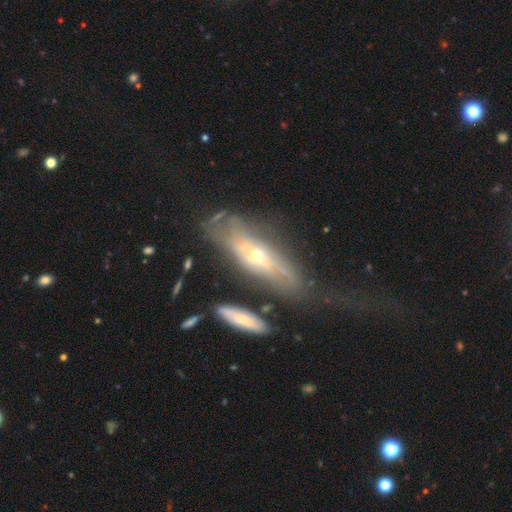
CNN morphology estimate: The model was most divided on "edge-on disk": no: 56%, yes: 44%. Remaining: smooth or featured — featured or disk (67%); merging — none (41%).